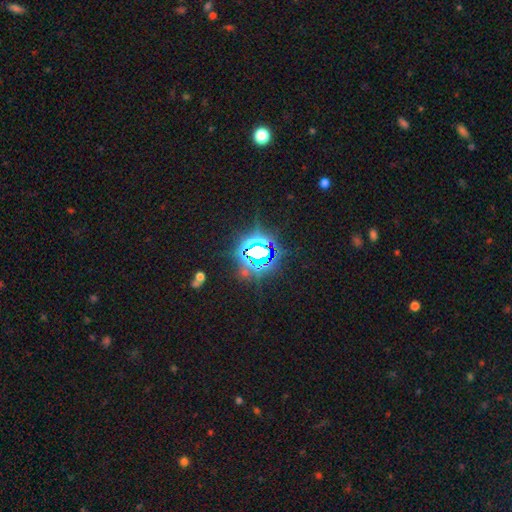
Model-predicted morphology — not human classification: Smooth or featured?
  - star or artifact: 81% *
  - smooth: 11%
  - featured or disk: 8%